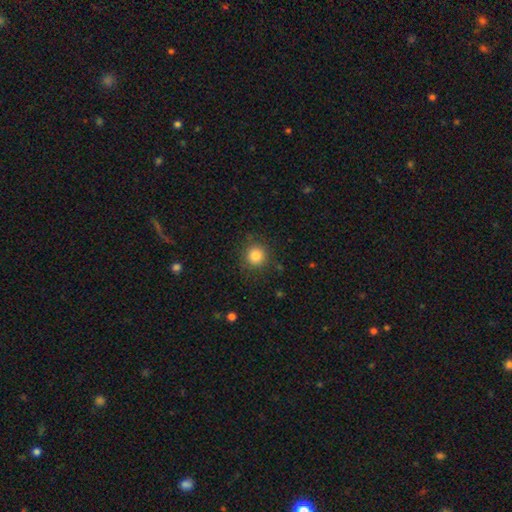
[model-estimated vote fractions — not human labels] smooth-or-featured: smooth: 83% | star or artifact: 11% | featured or disk: 6%
  how-rounded: round: 93% | in between: 6% | cigar-shaped: 1%
  merging: none: 87% | minor disturbance: 8% | major disturbance: 3% | merger: 1%